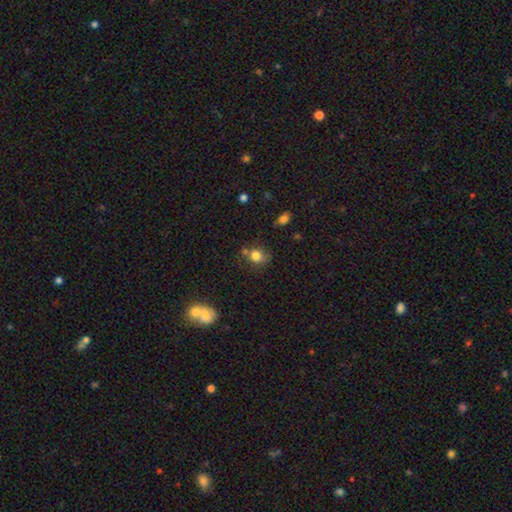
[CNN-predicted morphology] Overall: smooth (79%). How rounded: round (63%; in between 36%). Merging: none (57%; minor disturbance 20%).